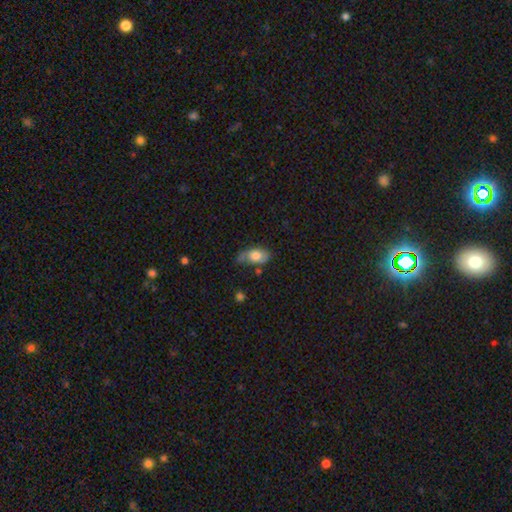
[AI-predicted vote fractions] Smooth or featured? smooth (71%)
How rounded? in between (89%)
Merging? none (46%)